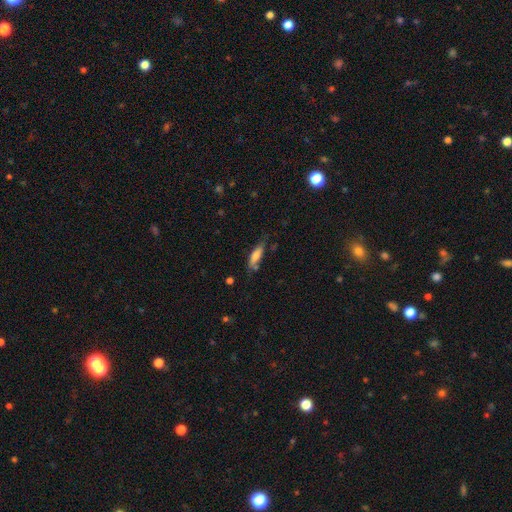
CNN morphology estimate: Smooth or featured: smooth — 72% (featured or disk — 21%)
How rounded: cigar-shaped — 58% (in between — 40%)
Merging: none — 62% (minor disturbance — 26%)